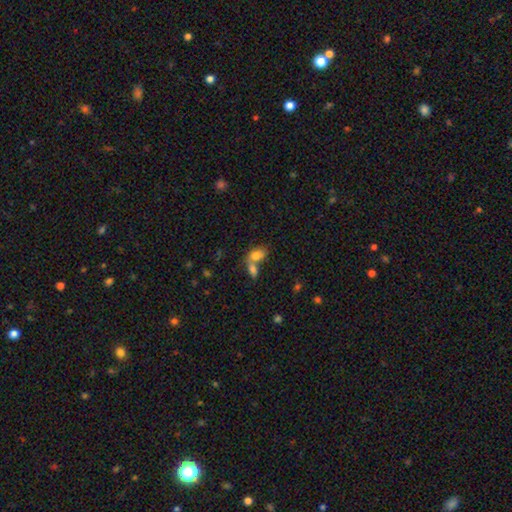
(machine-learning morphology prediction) Smooth or featured?
  - smooth: 78% *
  - featured or disk: 13%
  - star or artifact: 9%
How rounded?
  - in between: 87% *
  - round: 10%
  - cigar-shaped: 3%
Merging?
  - merger: 60% *
  - none: 27%
  - minor disturbance: 8%
  - major disturbance: 4%